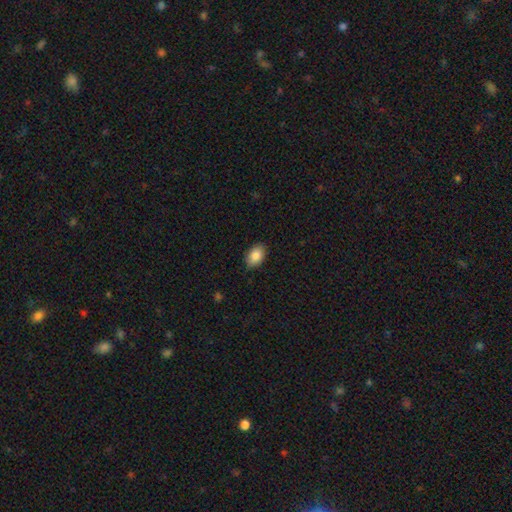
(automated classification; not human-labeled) Smooth or featured? Predicted: smooth (p=0.87). How rounded? Predicted: in between (p=0.89). Merging? Predicted: none (p=0.85).